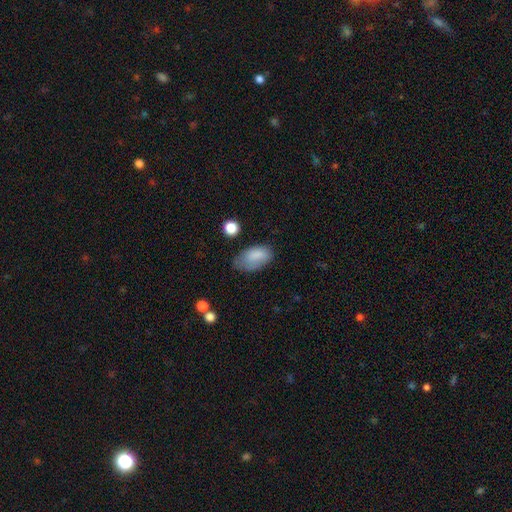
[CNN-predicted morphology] The model was most divided on "merging": none: 49%, minor disturbance: 35%, major disturbance: 13%, merger: 3%. More confident: how rounded — in between (93%); smooth or featured — smooth (82%).